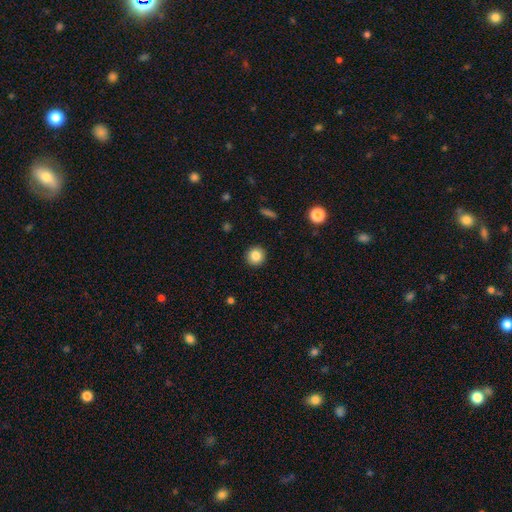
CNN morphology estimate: smooth-or-featured: smooth: 84% | star or artifact: 10% | featured or disk: 6%
  how-rounded: round: 94% | in between: 5% | cigar-shaped: 1%
  merging: none: 92% | minor disturbance: 5% | major disturbance: 2% | merger: 1%